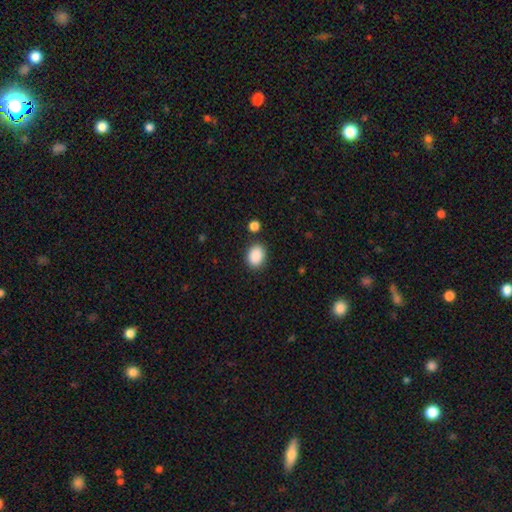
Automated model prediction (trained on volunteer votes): Smooth or featured? Predicted: smooth (p=0.89). How rounded? Predicted: in between (p=0.66). Merging? Predicted: none (p=0.83).